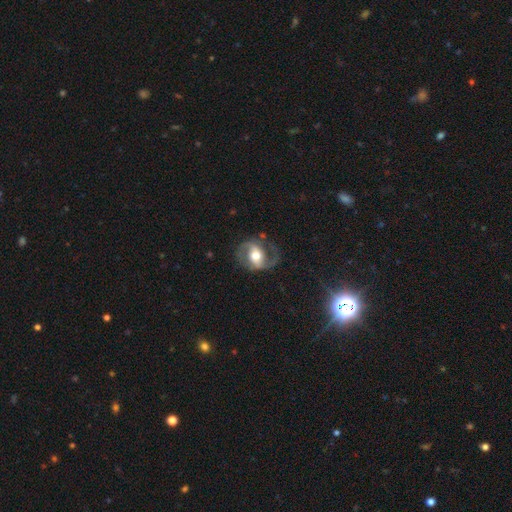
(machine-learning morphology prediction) A featured or disk galaxy (80%) with a weak bar (37%), 2 (87%) medium (49%) spiral arms (90%) and a moderate central bulge (66%). Merging: none (67%).